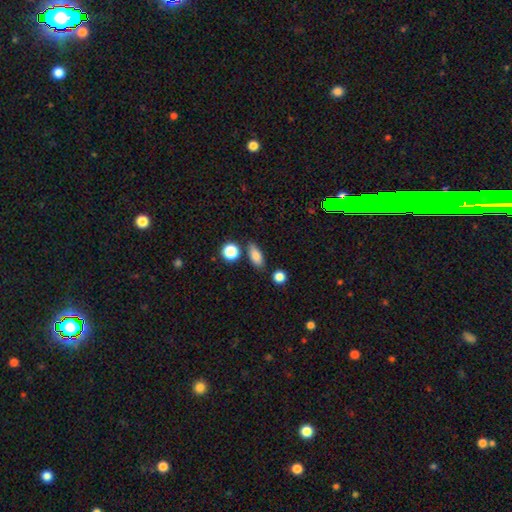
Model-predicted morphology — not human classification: This is clearly a smooth galaxy (82%). How rounded: likely in between (76%). Merging: likely none (79%).